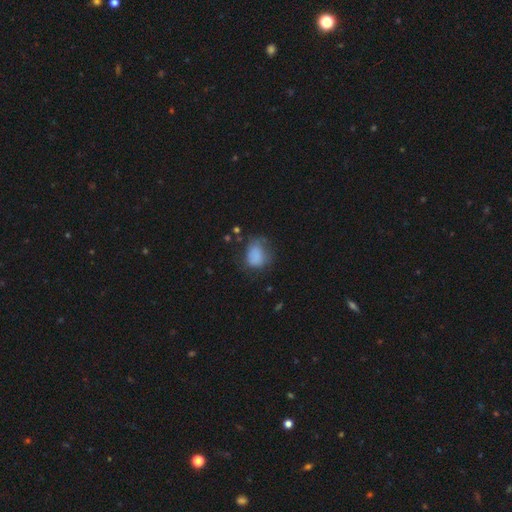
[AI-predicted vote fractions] smooth_or_featured: smooth (p=0.79) [alt: featured or disk p=0.11]
how_rounded: in between (p=0.57) [alt: round p=0.42]
merging: none (p=0.45) [alt: minor disturbance p=0.31]